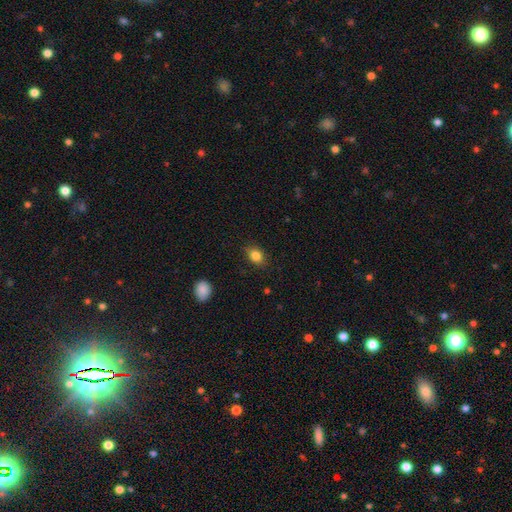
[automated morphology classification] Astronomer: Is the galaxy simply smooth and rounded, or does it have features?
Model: smooth — 84%.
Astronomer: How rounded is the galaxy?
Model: in between — 68%.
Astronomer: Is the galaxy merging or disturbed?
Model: none — 83%.